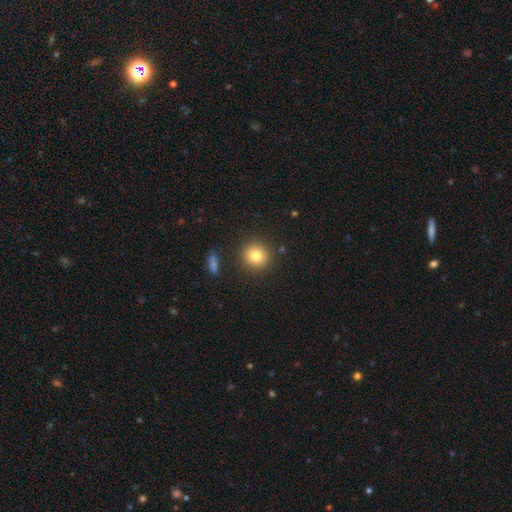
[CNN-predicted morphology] This is clearly a smooth galaxy (81%). How rounded: clearly round (92%). Merging: clearly none (88%).